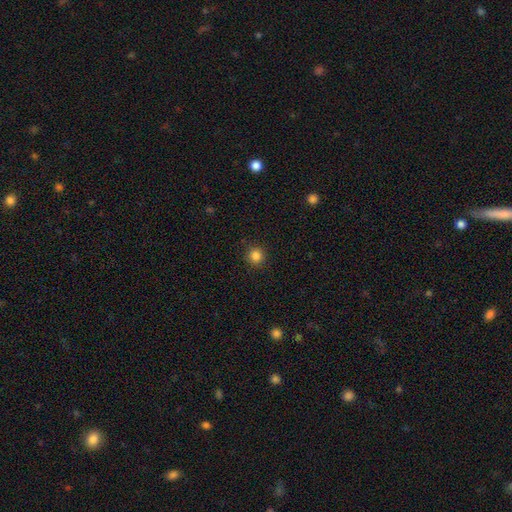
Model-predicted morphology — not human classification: Overall: smooth (84%). How rounded: round (95%). Merging: none (91%).